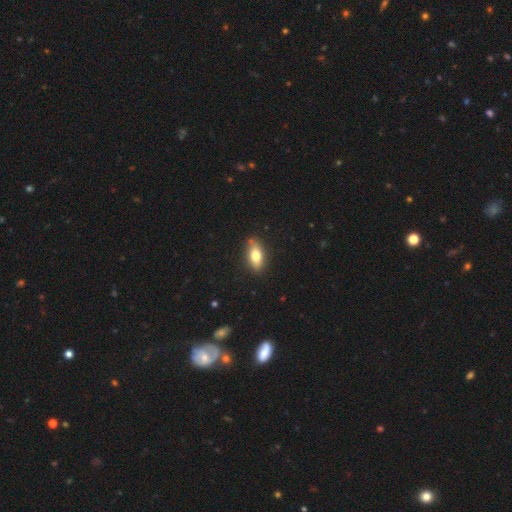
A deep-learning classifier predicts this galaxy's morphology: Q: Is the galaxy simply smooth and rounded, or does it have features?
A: smooth — 72%.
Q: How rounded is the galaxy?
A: in between — 80%.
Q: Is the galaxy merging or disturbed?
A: none — 82%.